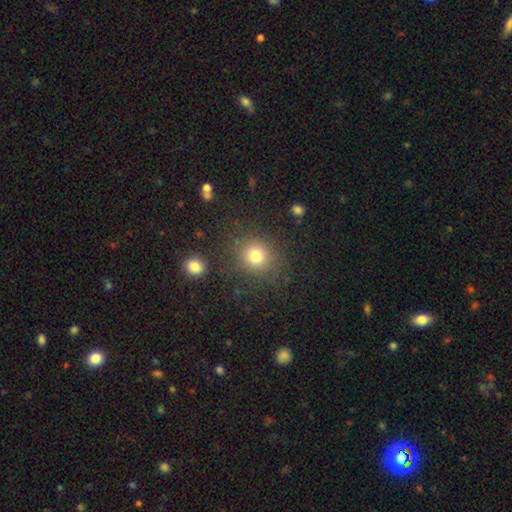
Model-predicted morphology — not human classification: Smooth or featured? Predicted: smooth (p=0.78). How rounded? Predicted: round (p=0.86). Merging? Predicted: none (p=0.84).